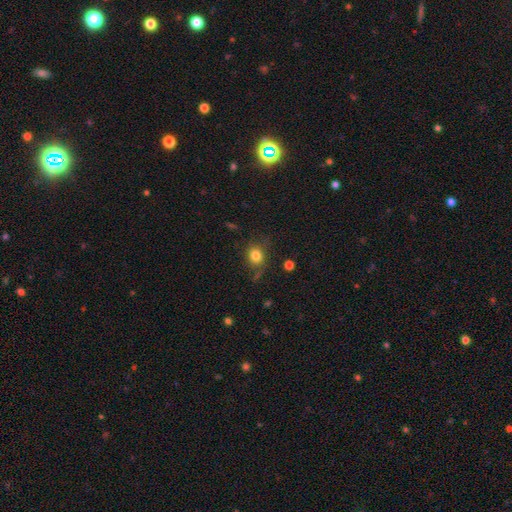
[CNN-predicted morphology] A smooth galaxy with no disk features (81%) that is round (68%).

Vote fractions:
- Smooth or featured? smooth: 81% / star or artifact: 12% / featured or disk: 7%
- How rounded? round: 68% / in between: 31% / cigar-shaped: 1%
- Merging? none: 73% / minor disturbance: 18% / major disturbance: 6% / merger: 3%